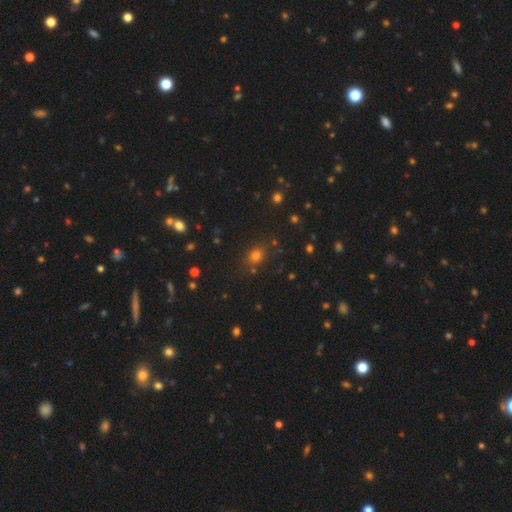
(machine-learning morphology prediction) type=smooth (71%); roundness=round (54%); merging=none (79%).